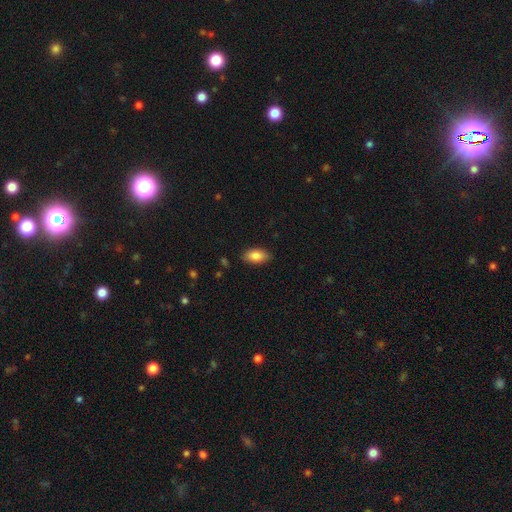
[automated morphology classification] A smooth galaxy with no disk features (86%) that is in between round and cigar-shaped (92%).

Vote fractions:
- Smooth or featured? smooth: 86% / featured or disk: 7% / star or artifact: 7%
- How rounded? in between: 92% / cigar-shaped: 4% / round: 4%
- Merging? none: 86% / minor disturbance: 11% / major disturbance: 2% / merger: 1%